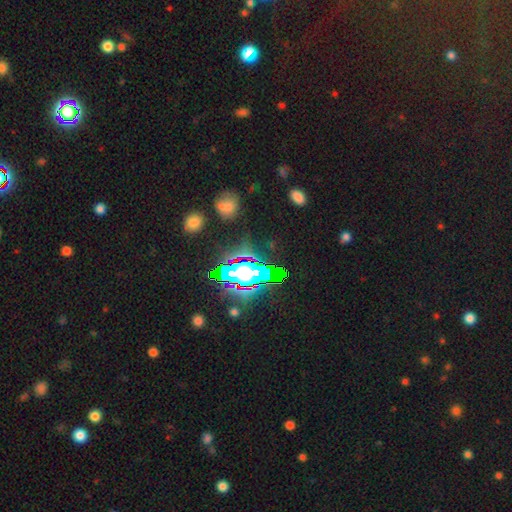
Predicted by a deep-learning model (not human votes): The model was most divided on "smooth or featured": star or artifact: 82%, smooth: 10%, featured or disk: 8%.